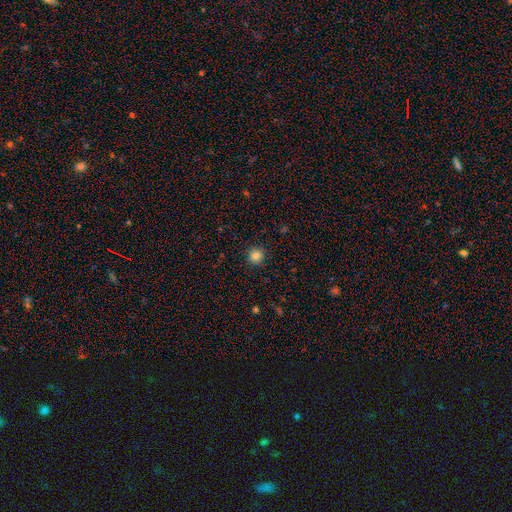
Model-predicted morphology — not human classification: smooth_or_featured: smooth (p=0.83) [alt: star or artifact p=0.12]
how_rounded: round (p=0.92) [alt: in between p=0.07]
merging: none (p=0.90) [alt: minor disturbance p=0.07]